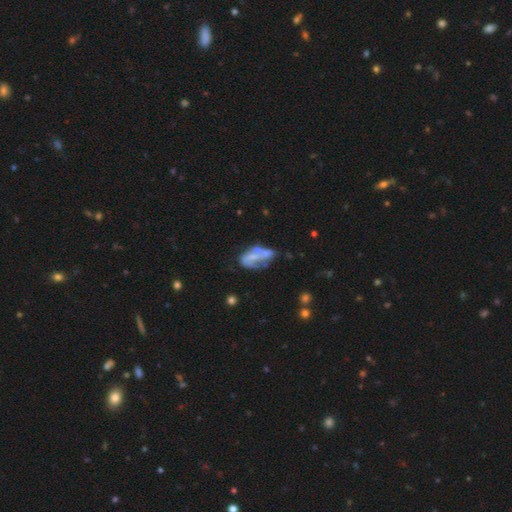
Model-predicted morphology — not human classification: featured or disk 62%, smooth 29%, star or artifact 10%. Down the decision tree: edge-on disk — no (96%); bar — no (61%); spiral arms — yes (52%); bulge size — none (38%); merging — none (30%).